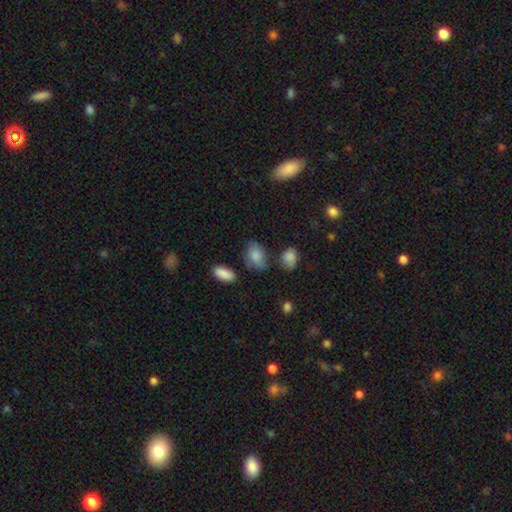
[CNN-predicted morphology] A smooth galaxy with no disk features (82%) that is in between round and cigar-shaped (81%).

Vote fractions:
- Smooth or featured? smooth: 82% / featured or disk: 10% / star or artifact: 8%
- How rounded? in between: 81% / round: 17% / cigar-shaped: 2%
- Merging? none: 61% / minor disturbance: 25% / major disturbance: 7% / merger: 6%